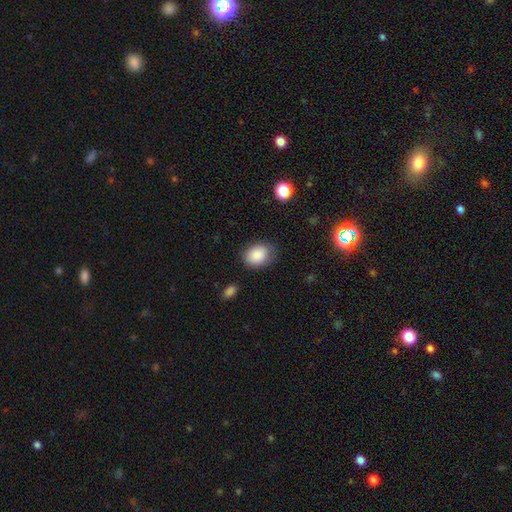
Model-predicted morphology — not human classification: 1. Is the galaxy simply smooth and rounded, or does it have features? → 87% smooth, 8% star or artifact, 5% featured or disk.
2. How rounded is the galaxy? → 62% in between, 38% round, 1% cigar-shaped.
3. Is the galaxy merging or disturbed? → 75% none, 19% minor disturbance, 5% major disturbance, 2% merger.